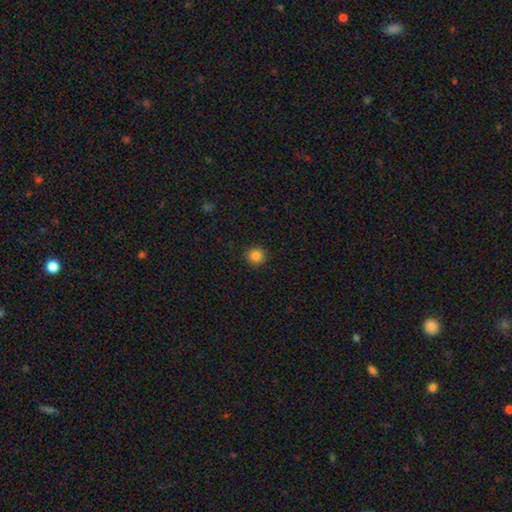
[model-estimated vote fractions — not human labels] This appears to be a smooth galaxy with no disk features (85%) that is round (93%). Merging: none (91%).